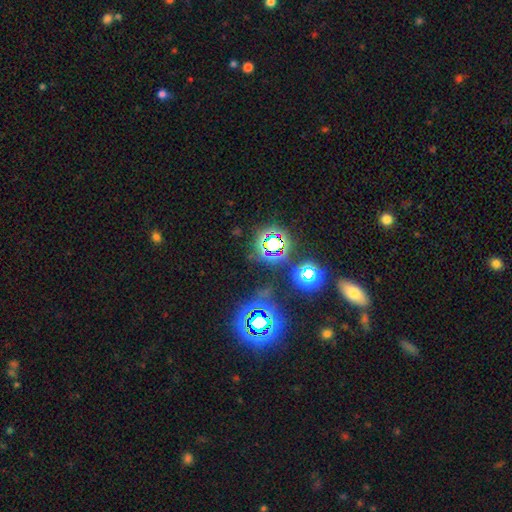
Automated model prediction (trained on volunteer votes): A star or artifact, not a galaxy (67%).